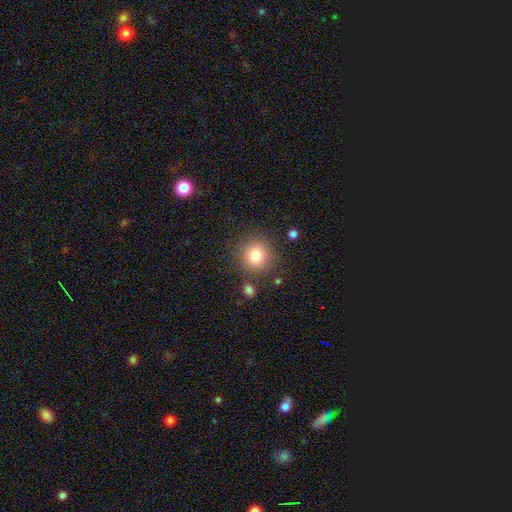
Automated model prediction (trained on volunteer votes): A smooth galaxy with no disk features (81%) that is round (91%).

Vote fractions:
- Smooth or featured? smooth: 81% / star or artifact: 11% / featured or disk: 8%
- How rounded? round: 91% / in between: 8% / cigar-shaped: 1%
- Merging? none: 84% / minor disturbance: 9% / merger: 4% / major disturbance: 3%